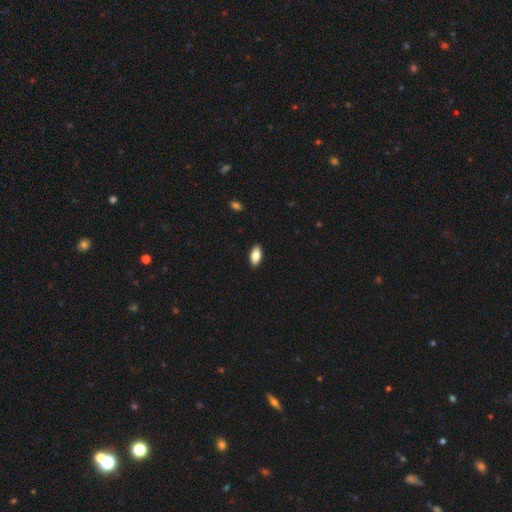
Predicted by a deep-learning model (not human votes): Smooth or featured? Predicted: smooth (p=0.84). How rounded? Predicted: in between (p=0.92). Merging? Predicted: none (p=0.90).